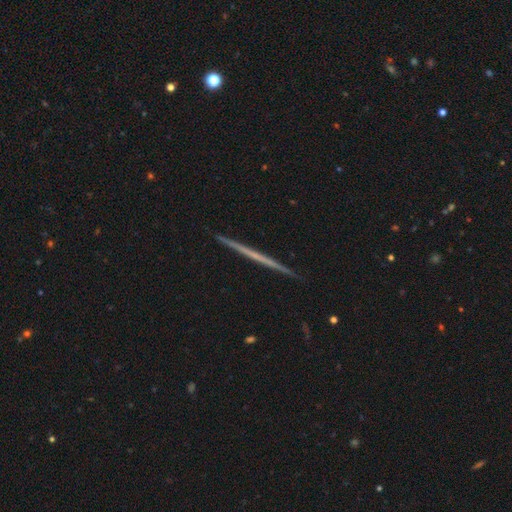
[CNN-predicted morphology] This is likely a featured or disk galaxy (64%). It is clearly viewed edge-on (98%). Edge-on bulge: clearly none (91%). Merging: clearly none (93%).